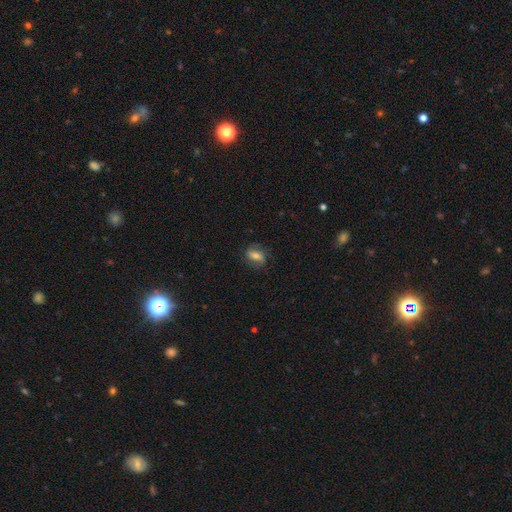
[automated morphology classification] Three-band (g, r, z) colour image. It shows a smooth galaxy with no disk features (55%) that is in between round and cigar-shaped (74%). Merging: none (73%).